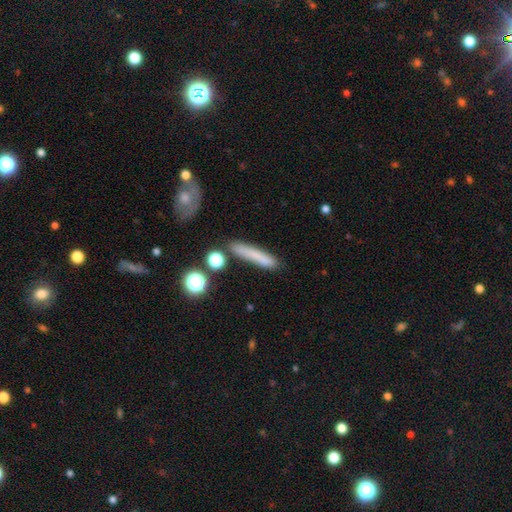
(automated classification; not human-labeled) Smooth or featured? Predicted: smooth (p=0.72). How rounded? Predicted: cigar-shaped (p=0.89). Merging? Predicted: none (p=0.76).